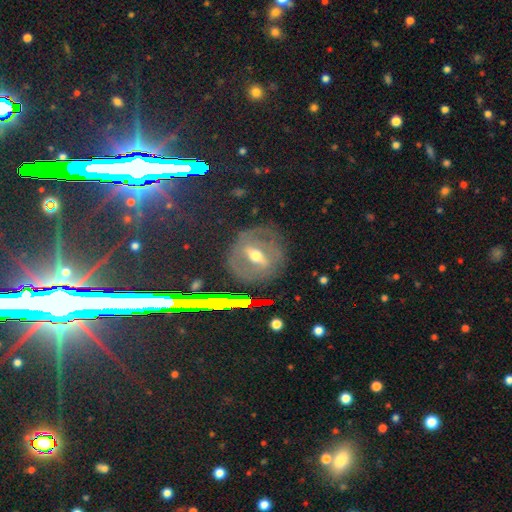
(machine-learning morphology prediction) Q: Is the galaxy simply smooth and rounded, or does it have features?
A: featured or disk — 70%.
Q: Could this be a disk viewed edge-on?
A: no — 78%.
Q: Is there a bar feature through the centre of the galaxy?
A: strong — 63%.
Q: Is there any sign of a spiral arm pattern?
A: no — 54%.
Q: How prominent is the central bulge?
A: moderate — 72%.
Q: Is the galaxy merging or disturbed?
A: none — 75%.